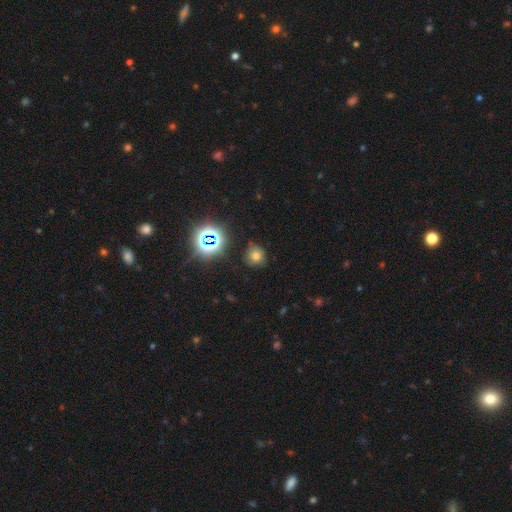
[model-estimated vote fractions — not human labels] Q: Smooth or featured?
A: smooth (65%); runner-up: star or artifact (26%)
Q: How rounded?
A: round (85%); runner-up: in between (14%)
Q: Merging?
A: none (77%); runner-up: minor disturbance (16%)